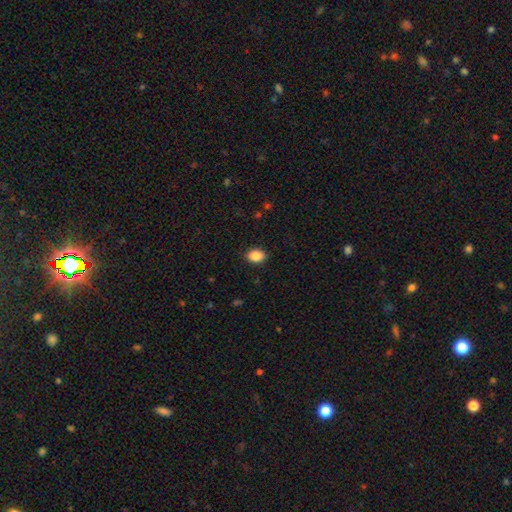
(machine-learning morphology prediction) smooth_or_featured: smooth (p=0.88) [alt: star or artifact p=0.08]
how_rounded: in between (p=0.75) [alt: round p=0.24]
merging: none (p=0.89) [alt: minor disturbance p=0.08]